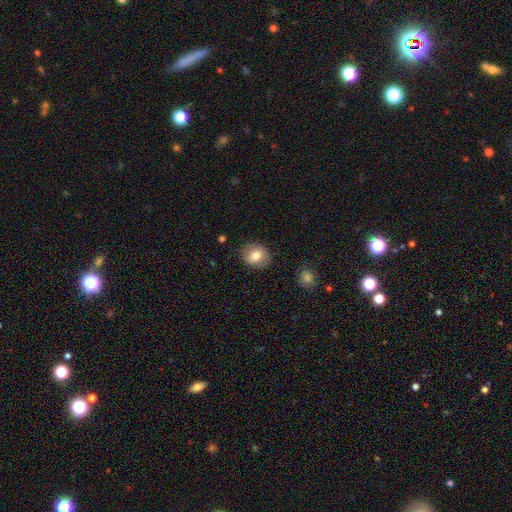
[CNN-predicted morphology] The model was most divided on "how rounded": round: 70%, in between: 29%, cigar-shaped: 1%. More confident: merging — none (84%); smooth or featured — smooth (78%).